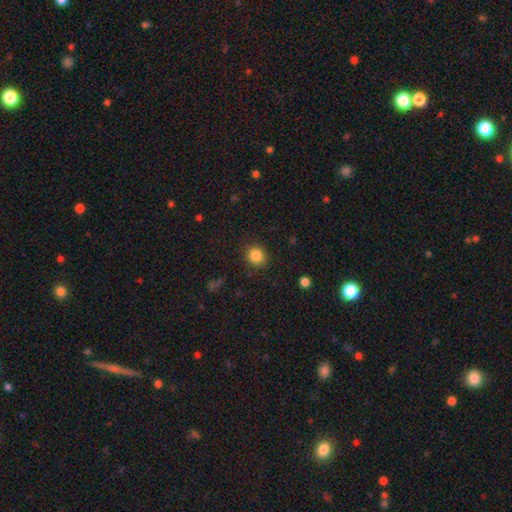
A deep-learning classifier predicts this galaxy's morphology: Smooth or featured: smooth — 85% (star or artifact — 11%)
How rounded: round — 84% (in between — 15%)
Merging: none — 89% (minor disturbance — 8%)